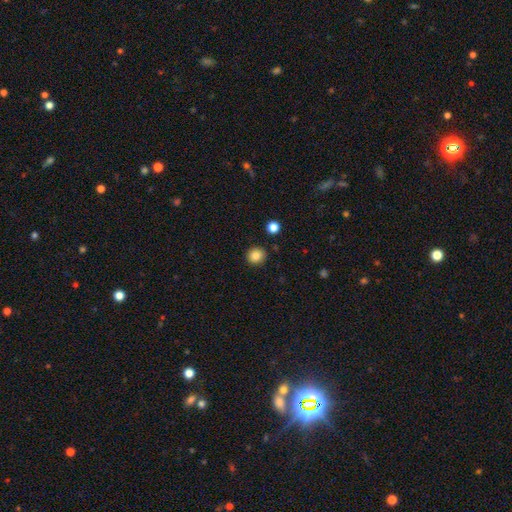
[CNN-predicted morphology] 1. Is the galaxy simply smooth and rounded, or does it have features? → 85% smooth, 10% star or artifact, 5% featured or disk.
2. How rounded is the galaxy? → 91% round, 8% in between, 1% cigar-shaped.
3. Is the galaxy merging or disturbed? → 91% none, 6% minor disturbance, 2% merger, 2% major disturbance.